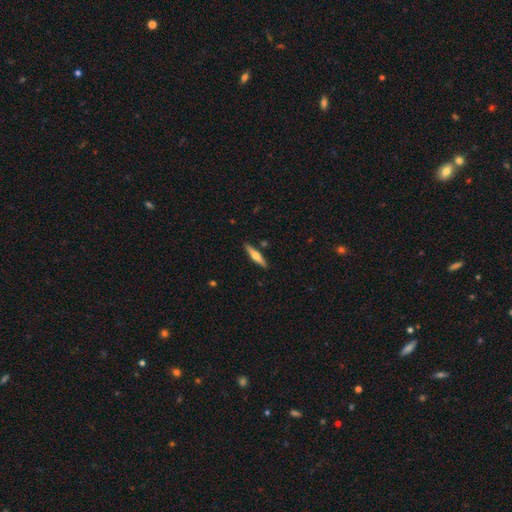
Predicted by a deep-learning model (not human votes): Smooth or featured? Predicted: featured or disk (p=0.54). Edge-on disk? Predicted: yes (p=0.95). Edge-on bulge? Predicted: rounded (p=0.92). Merging? Predicted: none (p=0.89).